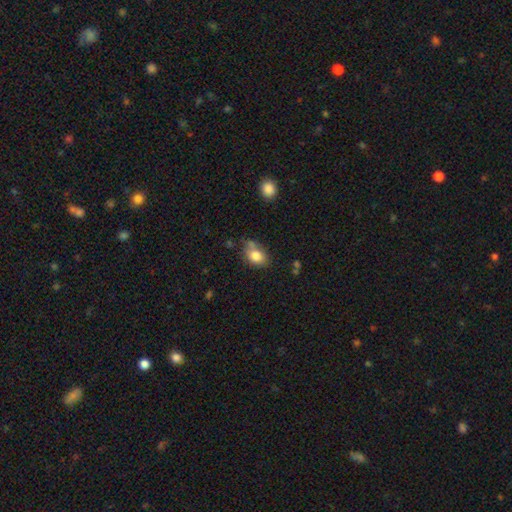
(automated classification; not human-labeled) smooth-or-featured: smooth: 81% | featured or disk: 10% | star or artifact: 9%
  how-rounded: in between: 74% | round: 25% | cigar-shaped: 1%
  merging: none: 54% | minor disturbance: 27% | merger: 12% | major disturbance: 7%